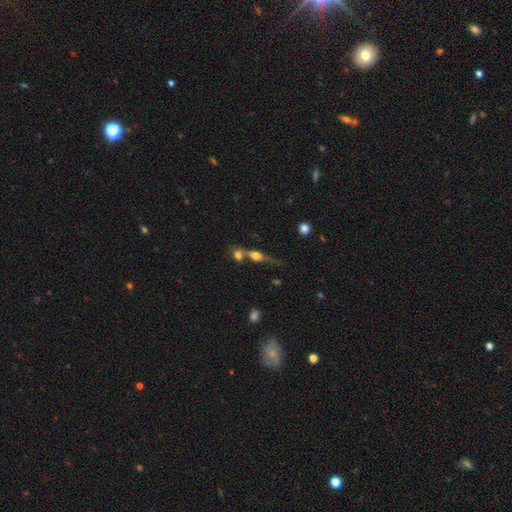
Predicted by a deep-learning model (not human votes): Smooth or featured? Predicted: featured or disk (p=0.47). Merging? Predicted: merger (p=0.44).